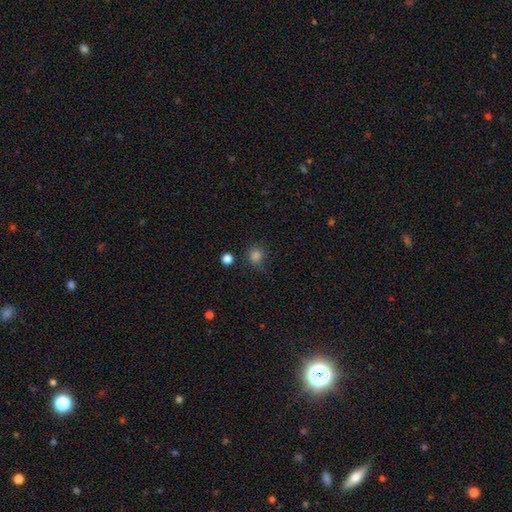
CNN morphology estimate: Smooth or featured? smooth (80%)
How rounded? round (86%)
Merging? none (73%)